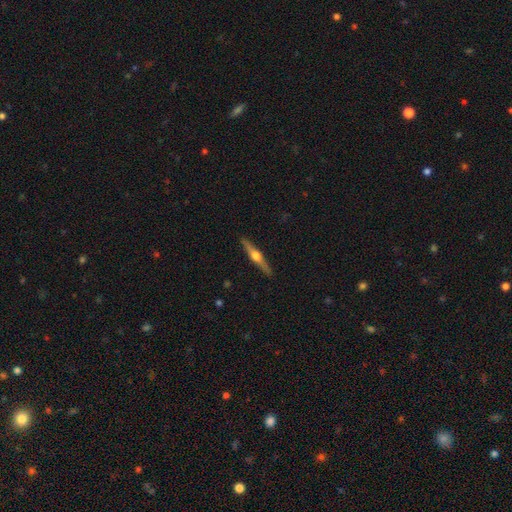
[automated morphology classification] Smooth or featured: featured or disk — 71% (smooth — 23%)
Edge-on disk: yes — 98% (no — 2%)
Edge-on bulge: rounded — 94% (boxy — 3%)
Merging: none — 91% (minor disturbance — 6%)